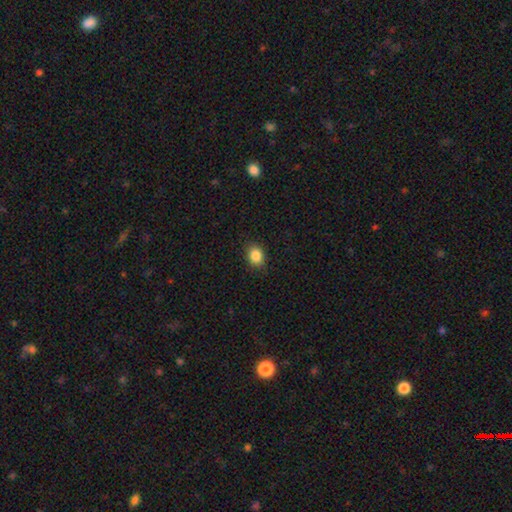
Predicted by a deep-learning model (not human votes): A smooth galaxy with no disk features (86%) that is in between round and cigar-shaped (60%).

Vote fractions:
- Smooth or featured? smooth: 86% / star or artifact: 9% / featured or disk: 4%
- How rounded? in between: 60% / round: 39% / cigar-shaped: 1%
- Merging? none: 87% / minor disturbance: 10% / major disturbance: 2% / merger: 1%